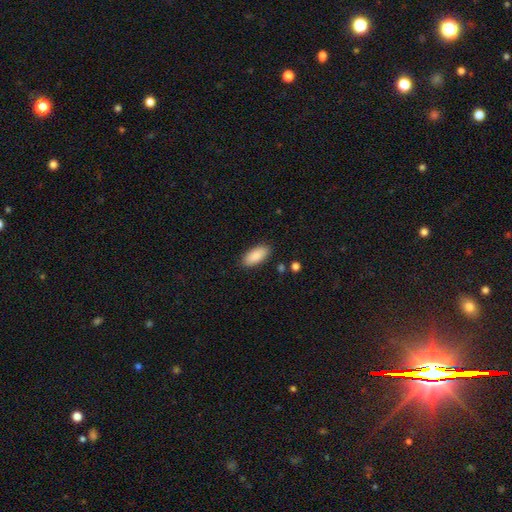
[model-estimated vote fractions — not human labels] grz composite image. It shows a smooth galaxy with no disk features (89%) that is in between round and cigar-shaped (88%). Merging: none (88%).